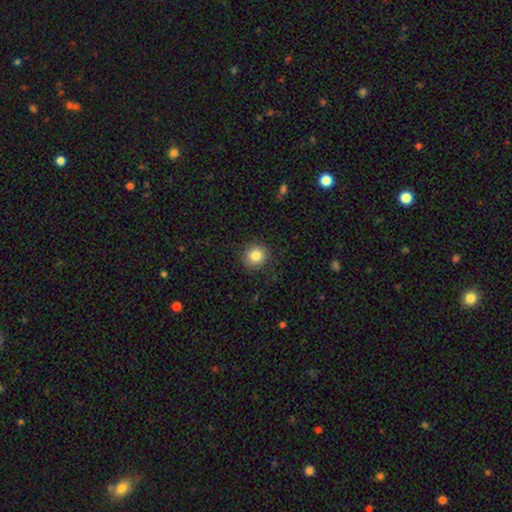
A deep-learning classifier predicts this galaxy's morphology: smooth 83%, star or artifact 10%, featured or disk 7%. Down the decision tree: how rounded — round (89%); merging — none (87%).